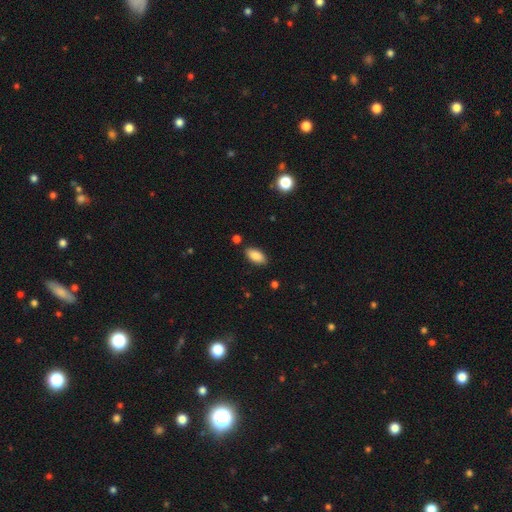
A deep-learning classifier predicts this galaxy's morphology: Smooth or featured?
  - smooth: 88% *
  - star or artifact: 7%
  - featured or disk: 5%
How rounded?
  - in between: 92% *
  - cigar-shaped: 6%
  - round: 2%
Merging?
  - none: 86% *
  - minor disturbance: 10%
  - major disturbance: 2%
  - merger: 2%